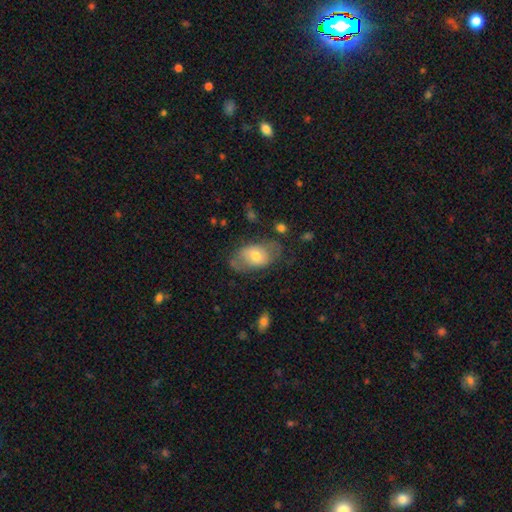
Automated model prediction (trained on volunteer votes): A smooth galaxy with no disk features (58%) that is in between round and cigar-shaped (89%).

Vote fractions:
- Smooth or featured? smooth: 58% / featured or disk: 35% / star or artifact: 7%
- How rounded? in between: 89% / round: 10% / cigar-shaped: 2%
- Merging? none: 57% / minor disturbance: 26% / major disturbance: 14% / merger: 3%